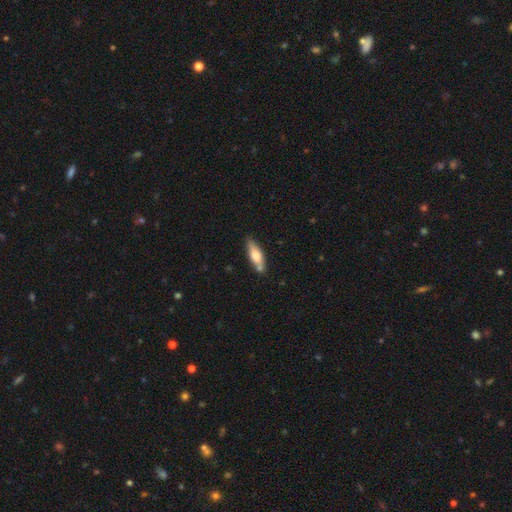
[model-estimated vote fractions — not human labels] Morphology: type=smooth (66%); roundness=in between (53%); merging=none (70%).